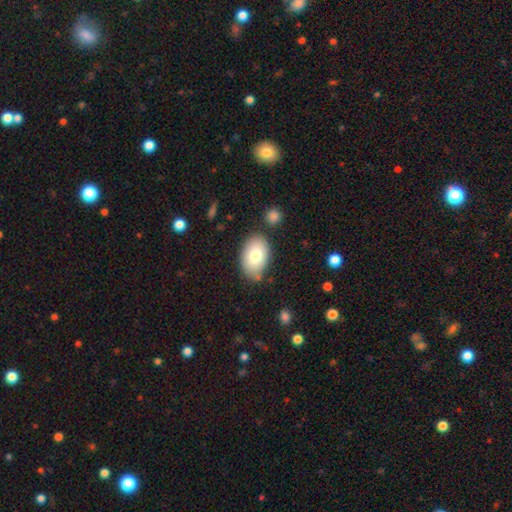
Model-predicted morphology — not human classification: Smooth or featured? Predicted: smooth (p=0.78). How rounded? Predicted: in between (p=0.89). Merging? Predicted: none (p=0.75).